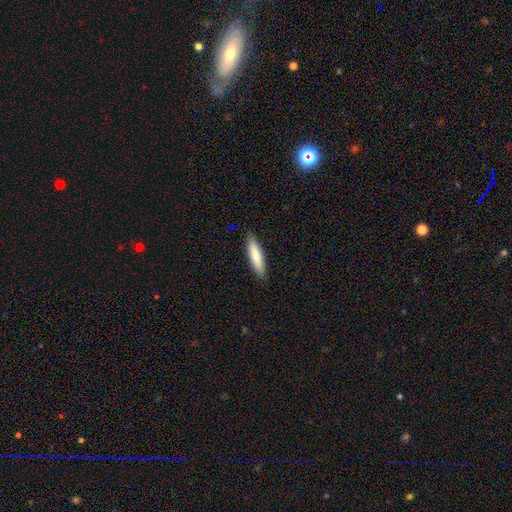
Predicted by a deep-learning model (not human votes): Smooth or featured?
  - smooth: 78% *
  - featured or disk: 17%
  - star or artifact: 5%
How rounded?
  - cigar-shaped: 81% *
  - in between: 18%
  - round: 1%
Merging?
  - none: 89% *
  - minor disturbance: 8%
  - major disturbance: 2%
  - merger: 1%